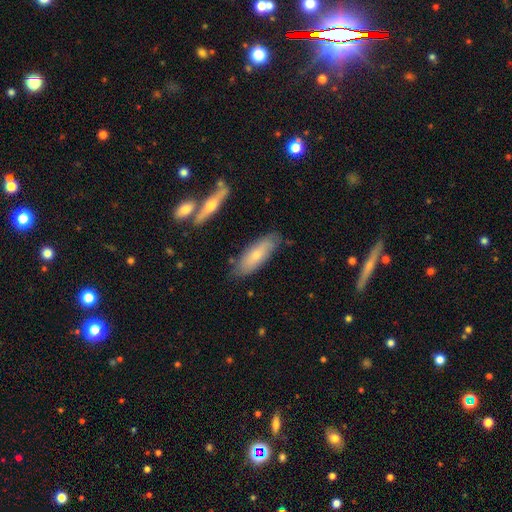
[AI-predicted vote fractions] Smooth or featured?
  - smooth: 63% *
  - featured or disk: 31%
  - star or artifact: 6%
How rounded?
  - in between: 63% *
  - cigar-shaped: 35%
  - round: 2%
Merging?
  - none: 75% *
  - minor disturbance: 18%
  - merger: 3%
  - major disturbance: 3%